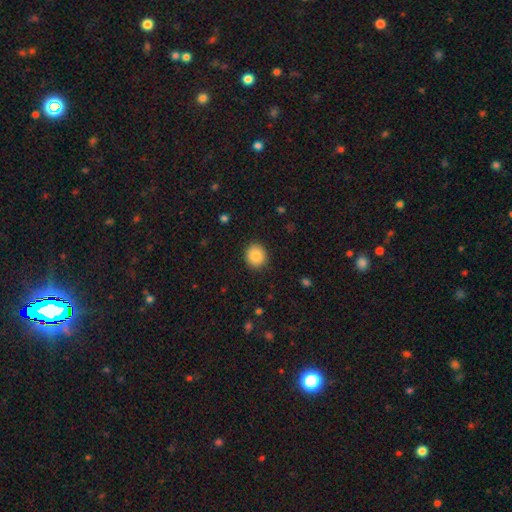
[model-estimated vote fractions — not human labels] This is clearly a smooth galaxy (87%). How rounded: likely round (80%). Merging: clearly none (90%).